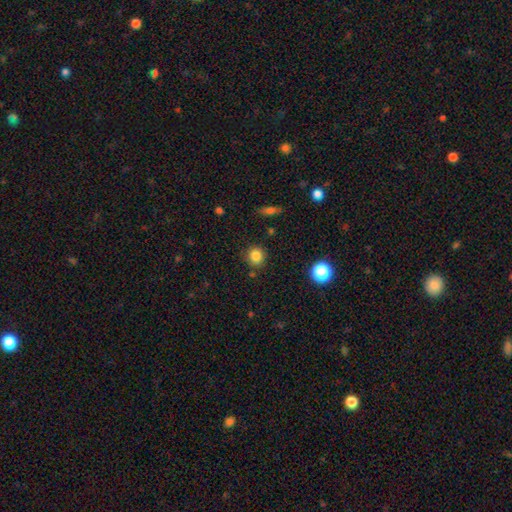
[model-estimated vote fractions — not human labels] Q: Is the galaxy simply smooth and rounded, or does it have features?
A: smooth — 83%.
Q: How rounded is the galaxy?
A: round — 87%.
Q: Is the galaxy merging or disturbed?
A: none — 85%.